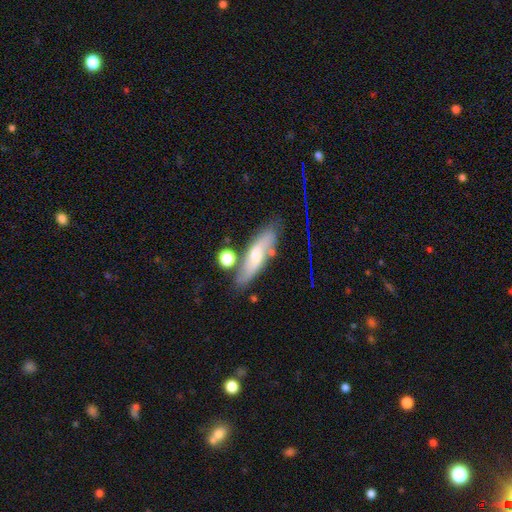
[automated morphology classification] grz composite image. It shows a featured or disk galaxy (48%). Merging: none (71%).